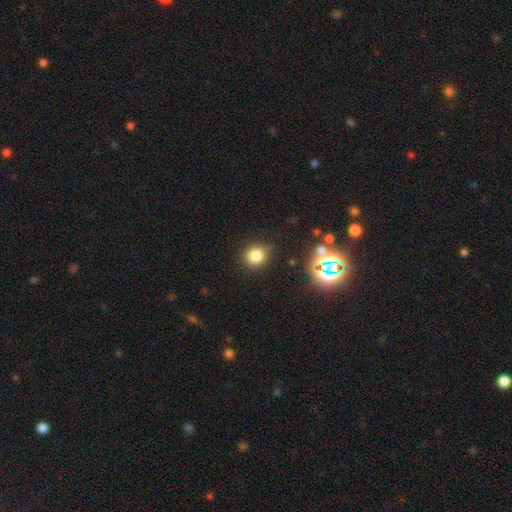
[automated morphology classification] This appears to be a smooth galaxy with no disk features (78%) that is round (85%). Merging: none (82%).